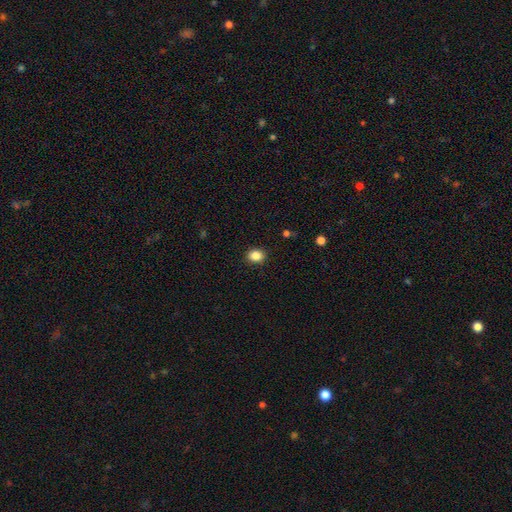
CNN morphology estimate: smooth 86%, star or artifact 10%, featured or disk 4%. Down the decision tree: how rounded — round (51%); merging — none (89%).